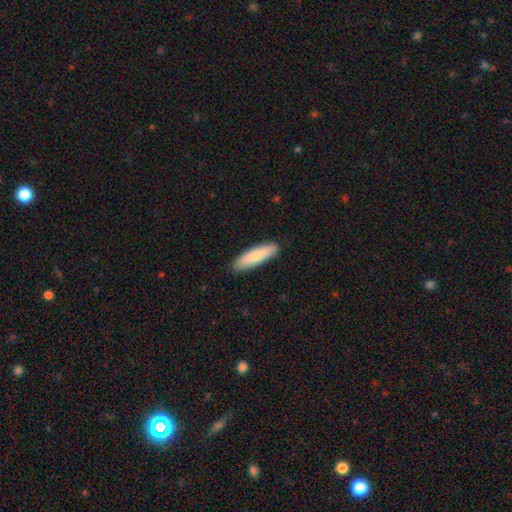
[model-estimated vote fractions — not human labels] Smooth or featured: smooth — 81% (featured or disk — 13%)
How rounded: cigar-shaped — 66% (in between — 32%)
Merging: none — 89% (minor disturbance — 9%)